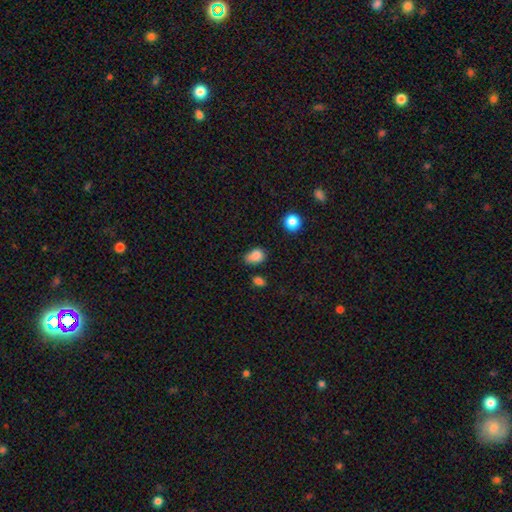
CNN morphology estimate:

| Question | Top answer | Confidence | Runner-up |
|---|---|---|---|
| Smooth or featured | smooth | 84% | star or artifact (11%) |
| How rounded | in between | 75% | round (24%) |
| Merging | none | 51% | minor disturbance (37%) |